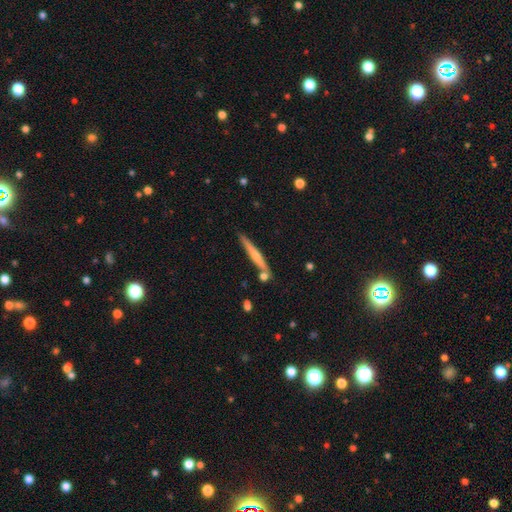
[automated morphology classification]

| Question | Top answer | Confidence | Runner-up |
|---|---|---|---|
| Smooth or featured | smooth | 50% | featured or disk (43%) |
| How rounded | cigar-shaped | 95% | in between (3%) |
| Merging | none | 79% | minor disturbance (11%) |